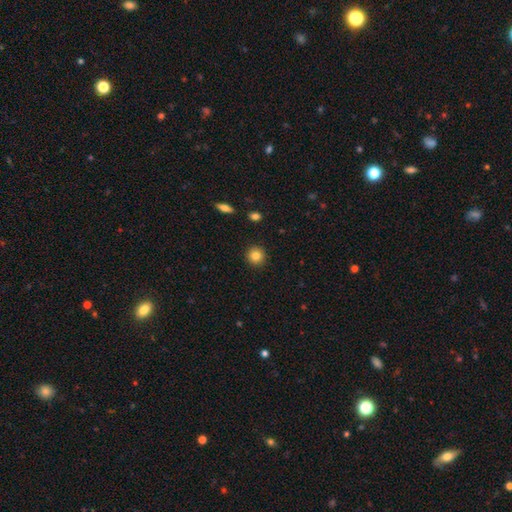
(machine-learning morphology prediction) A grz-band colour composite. It shows a smooth galaxy with no disk features (83%) that is round (94%). Merging: none (92%).